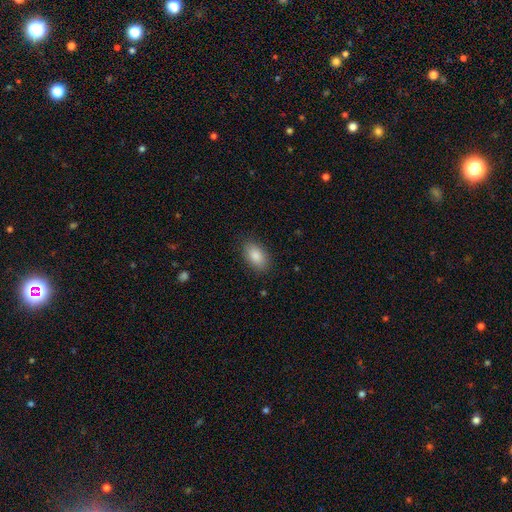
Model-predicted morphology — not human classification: This appears to be a smooth galaxy with no disk features (87%) that is in between round and cigar-shaped (92%). Merging: none (86%).